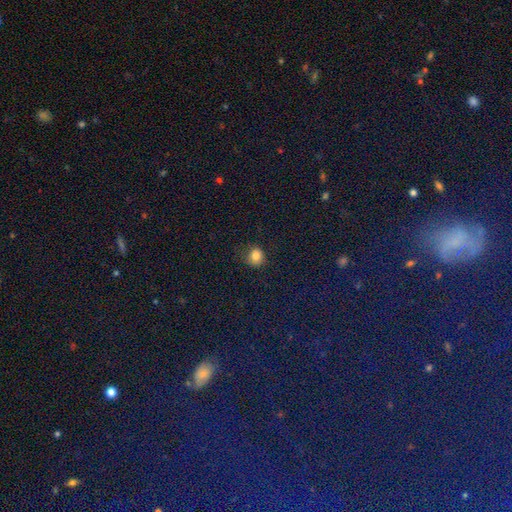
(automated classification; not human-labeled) smooth 82%, star or artifact 12%, featured or disk 6%. Down the decision tree: how rounded — round (78%); merging — none (77%).